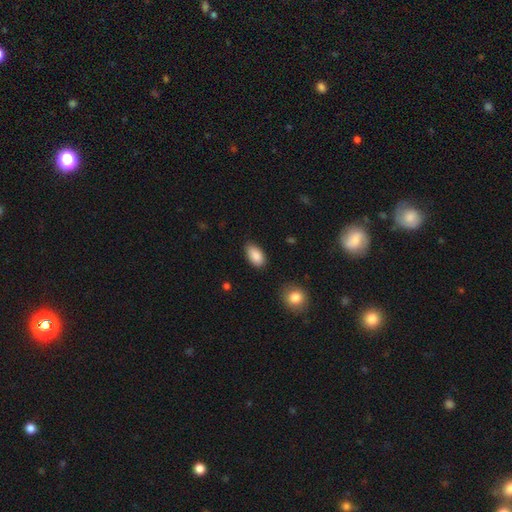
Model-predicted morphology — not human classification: This appears to be a smooth galaxy with no disk features (88%) that is in between round and cigar-shaped (93%). Merging: none (77%).